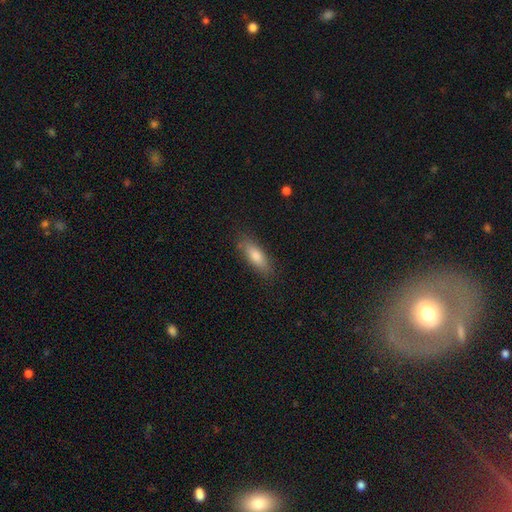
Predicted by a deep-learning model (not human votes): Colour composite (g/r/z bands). It shows a smooth galaxy with no disk features (75%) that is in between round and cigar-shaped (53%). Merging: none (83%).